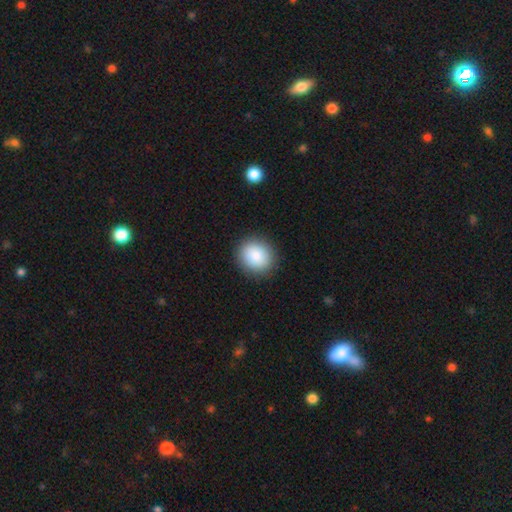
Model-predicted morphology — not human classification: Smooth or featured?
  - smooth: 87% *
  - star or artifact: 8%
  - featured or disk: 5%
How rounded?
  - round: 80% *
  - in between: 19%
  - cigar-shaped: 1%
Merging?
  - none: 91% *
  - minor disturbance: 6%
  - major disturbance: 2%
  - merger: 1%